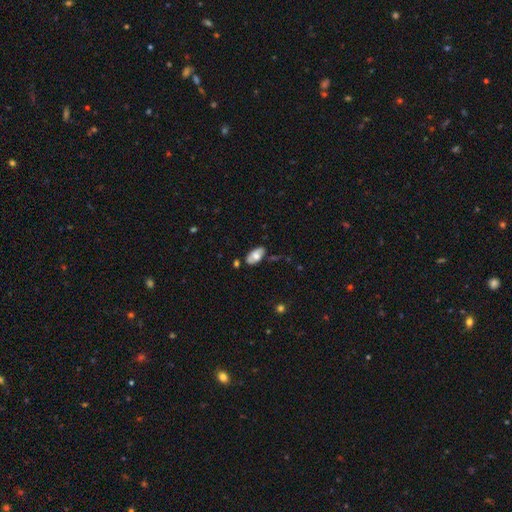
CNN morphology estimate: smooth_or_featured: smooth (p=0.63) [alt: featured or disk p=0.30]
how_rounded: in between (p=0.93) [alt: cigar-shaped p=0.03]
merging: none (p=0.71) [alt: minor disturbance p=0.20]